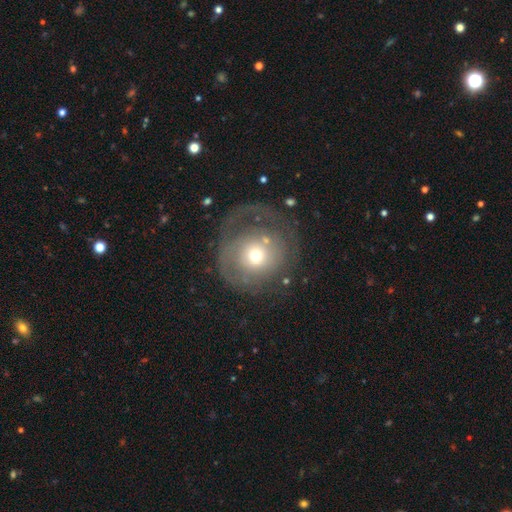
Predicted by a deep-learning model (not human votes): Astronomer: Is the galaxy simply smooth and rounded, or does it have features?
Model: featured or disk — 57% (runner-up: smooth, 34%).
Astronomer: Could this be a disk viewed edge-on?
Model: no — 96%.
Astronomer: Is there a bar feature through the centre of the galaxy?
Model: no — 81%.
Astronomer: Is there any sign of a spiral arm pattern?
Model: yes — 66%.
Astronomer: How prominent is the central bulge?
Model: moderate — 51% (runner-up: small, 38%).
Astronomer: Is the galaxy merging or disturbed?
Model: none — 51% (runner-up: major disturbance, 30%).